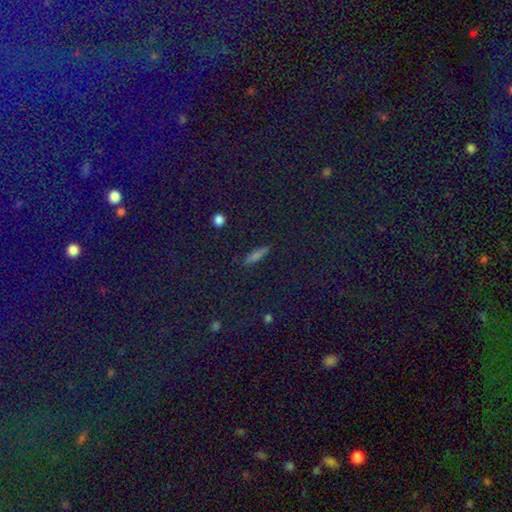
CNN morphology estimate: smooth_or_featured: smooth (p=0.65) [alt: star or artifact p=0.18]
how_rounded: cigar-shaped (p=0.73) [alt: in between p=0.21]
merging: none (p=0.89) [alt: minor disturbance p=0.07]